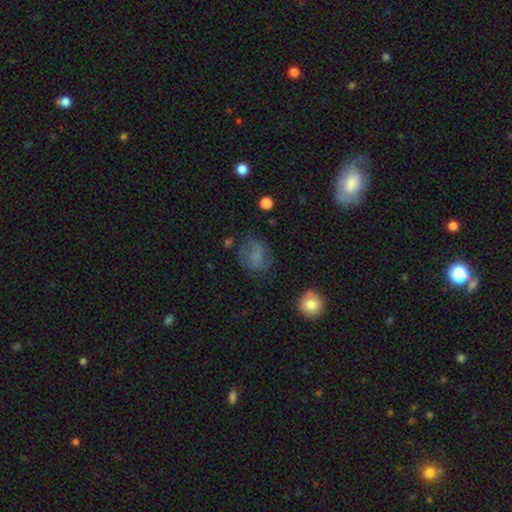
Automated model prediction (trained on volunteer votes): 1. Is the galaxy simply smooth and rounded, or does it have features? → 58% smooth, 28% featured or disk, 14% star or artifact.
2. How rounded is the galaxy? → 53% in between, 45% round, 2% cigar-shaped.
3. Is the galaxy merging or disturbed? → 62% none, 22% minor disturbance, 13% major disturbance, 2% merger.